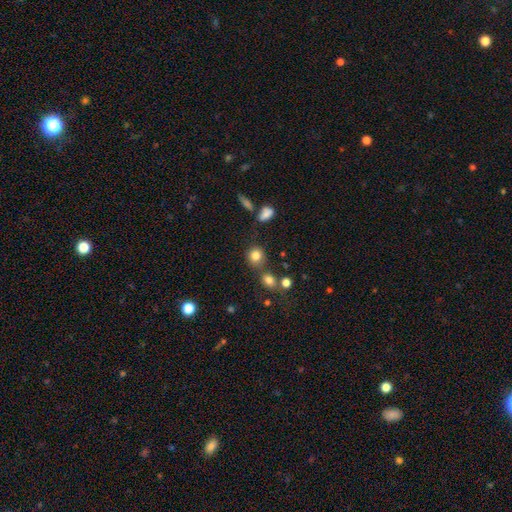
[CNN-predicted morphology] Smooth or featured: smooth — 81% (star or artifact — 12%)
How rounded: round — 84% (in between — 15%)
Merging: none — 69% (merger — 13%)